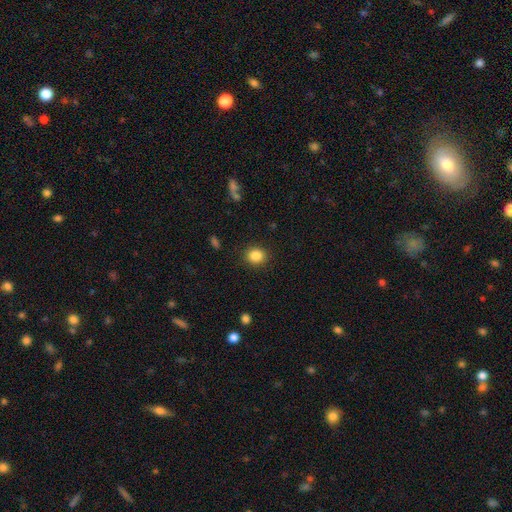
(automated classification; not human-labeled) smooth-or-featured: smooth: 85% | star or artifact: 10% | featured or disk: 5%
  how-rounded: round: 76% | in between: 23% | cigar-shaped: 1%
  merging: none: 89% | minor disturbance: 7% | major disturbance: 2% | merger: 1%